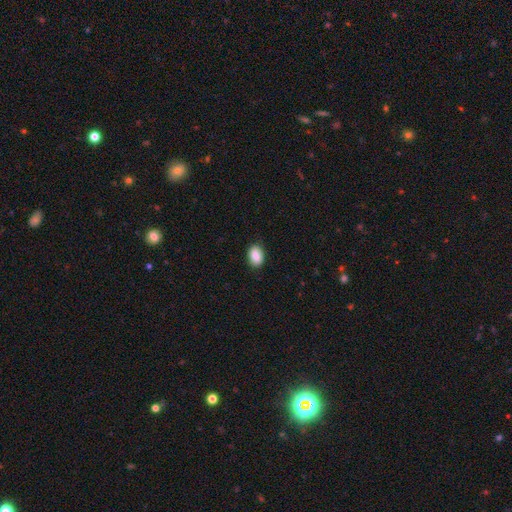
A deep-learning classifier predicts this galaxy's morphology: The model was most divided on "how rounded": in between: 84%, round: 15%, cigar-shaped: 1%. More confident: smooth or featured — smooth (87%); merging — none (87%).